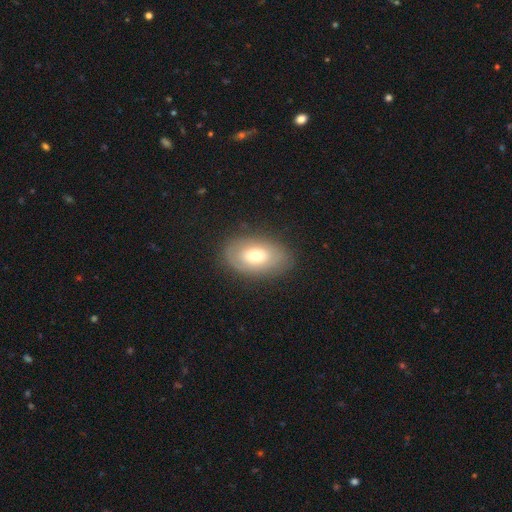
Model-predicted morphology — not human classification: smooth-or-featured: smooth: 55% | featured or disk: 38% | star or artifact: 7%
  how-rounded: in between: 88% | round: 10% | cigar-shaped: 2%
  merging: none: 82% | minor disturbance: 12% | major disturbance: 4% | merger: 1%